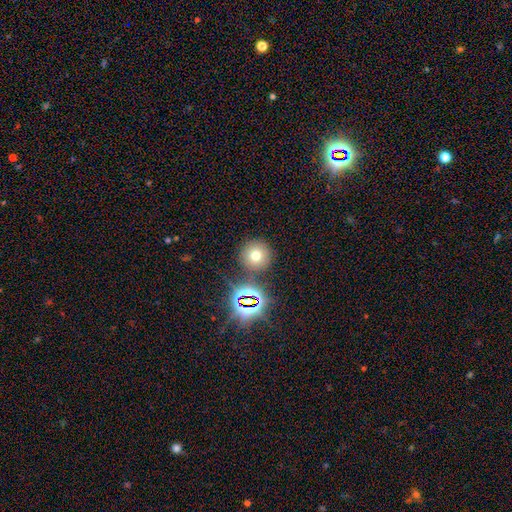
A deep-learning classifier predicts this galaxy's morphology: smooth-or-featured: smooth: 67% | star or artifact: 22% | featured or disk: 11%
  how-rounded: round: 95% | in between: 4% | cigar-shaped: 1%
  merging: none: 83% | minor disturbance: 7% | merger: 6% | major disturbance: 3%